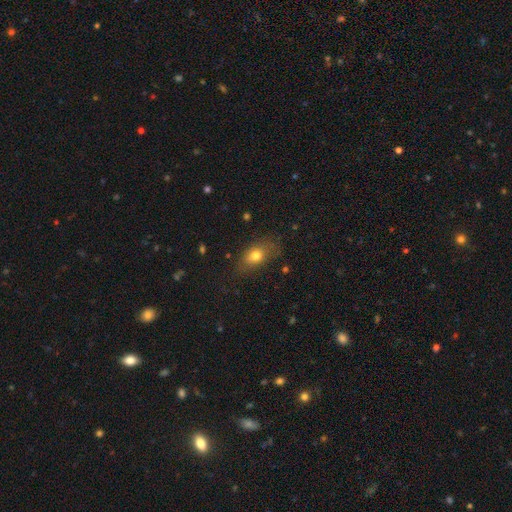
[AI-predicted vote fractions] The model was most divided on "merging": none: 67%, minor disturbance: 22%, major disturbance: 9%, merger: 2%. More confident: how rounded — in between (76%); smooth or featured — smooth (76%).